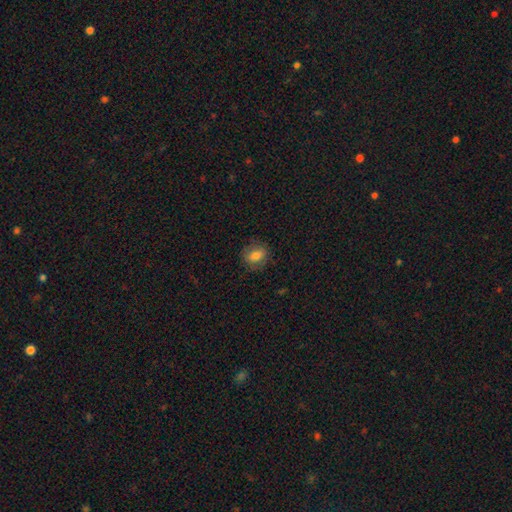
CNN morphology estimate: Overall: smooth (75%). How rounded: in between (52%; round 47%). Merging: none (79%).